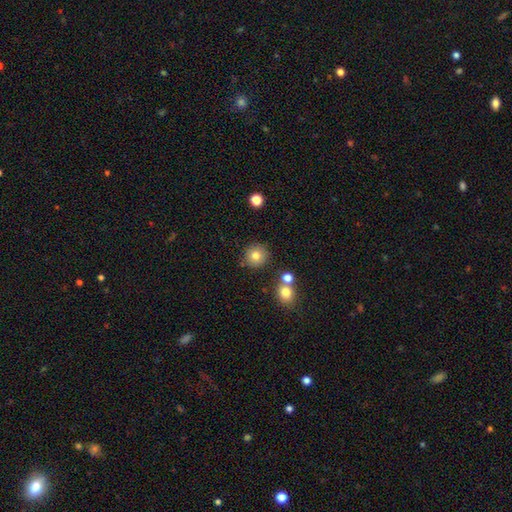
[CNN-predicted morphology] smooth-or-featured: smooth: 81% | star or artifact: 11% | featured or disk: 8%
  how-rounded: round: 92% | in between: 7% | cigar-shaped: 1%
  merging: none: 82% | minor disturbance: 8% | merger: 6% | major disturbance: 3%